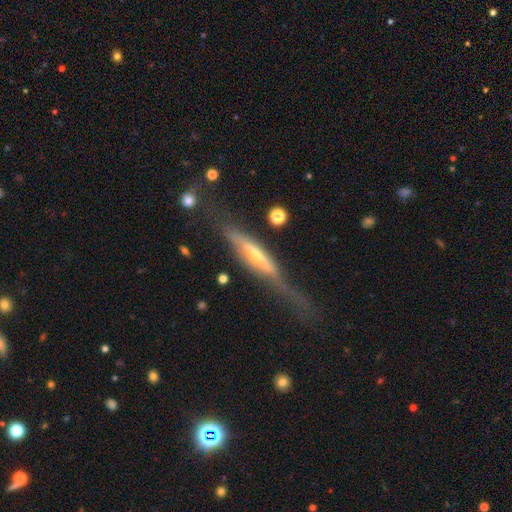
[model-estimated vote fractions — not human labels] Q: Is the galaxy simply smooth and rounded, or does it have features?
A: featured or disk — 77%.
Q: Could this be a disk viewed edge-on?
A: yes — 91%.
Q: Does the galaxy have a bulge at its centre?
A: rounded — 63%.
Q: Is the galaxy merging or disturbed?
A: none — 59%.